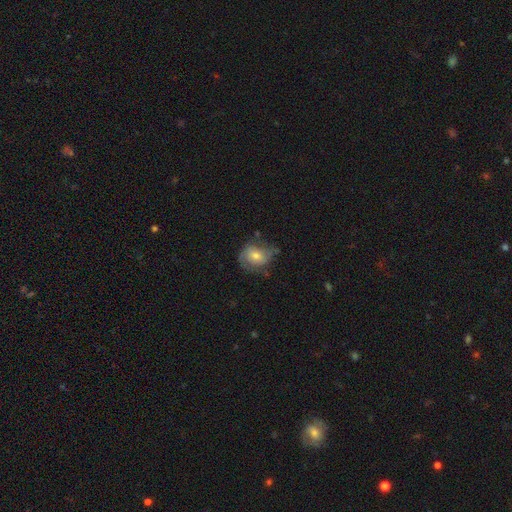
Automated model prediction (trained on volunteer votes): Smooth or featured: smooth — 46% (tied with featured or disk — 46%)
Merging: none — 48% (minor disturbance — 31%)